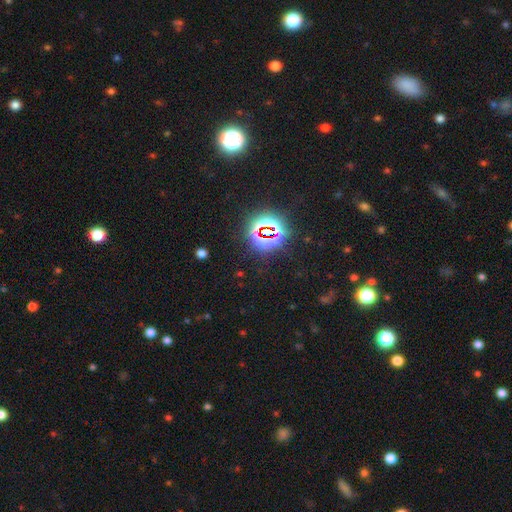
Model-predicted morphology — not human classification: Smooth or featured?
  - star or artifact: 83% *
  - smooth: 10%
  - featured or disk: 6%